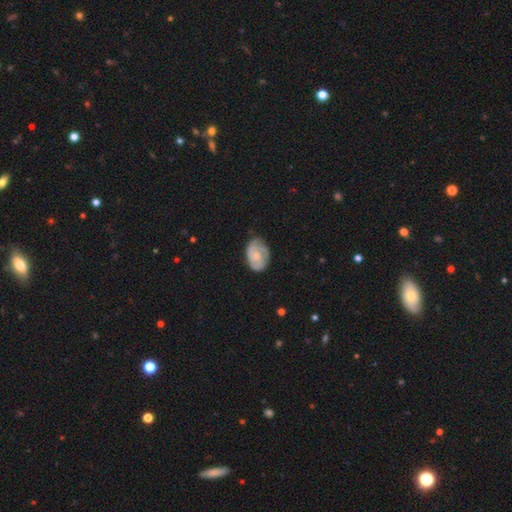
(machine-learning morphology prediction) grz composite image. It shows a smooth galaxy with no disk features (49%). Merging: none (62%).